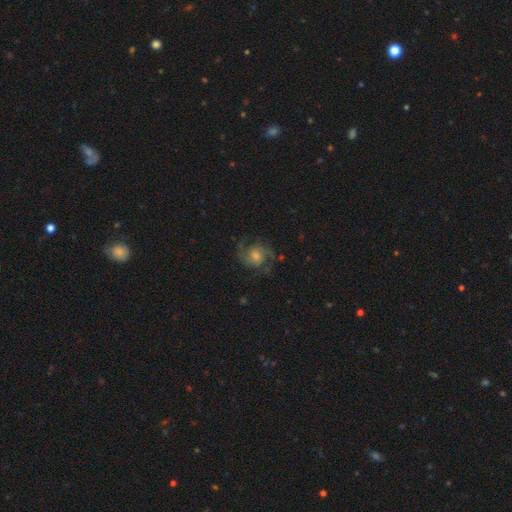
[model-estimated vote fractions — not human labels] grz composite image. It shows a featured or disk galaxy (78%) with no bar (66%), 2 (79%) medium (55%) spiral arms (95%) and a moderate central bulge (48%). Merging: none (71%).